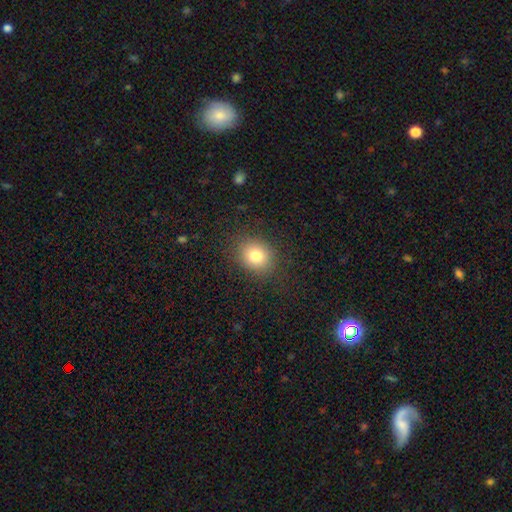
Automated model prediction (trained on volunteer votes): smooth_or_featured: smooth (p=0.80) [alt: star or artifact p=0.12]
how_rounded: round (p=0.63) [alt: in between p=0.36]
merging: none (p=0.85) [alt: minor disturbance p=0.10]